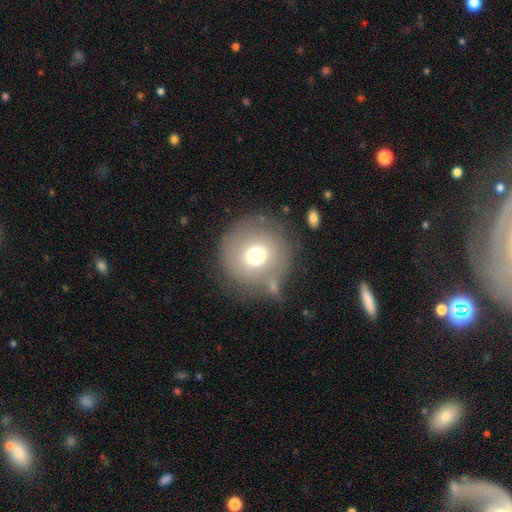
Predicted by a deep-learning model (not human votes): Morphology: type=smooth (68%); roundness=round (95%); merging=none (68%).